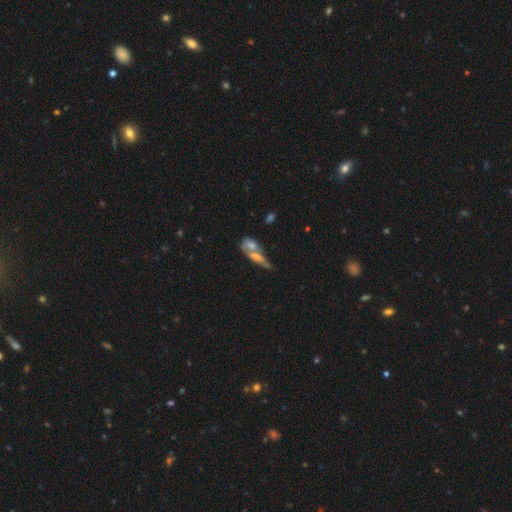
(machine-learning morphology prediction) Overall: smooth (49%; featured or disk 41%). Merging: merger (56%; none 27%).